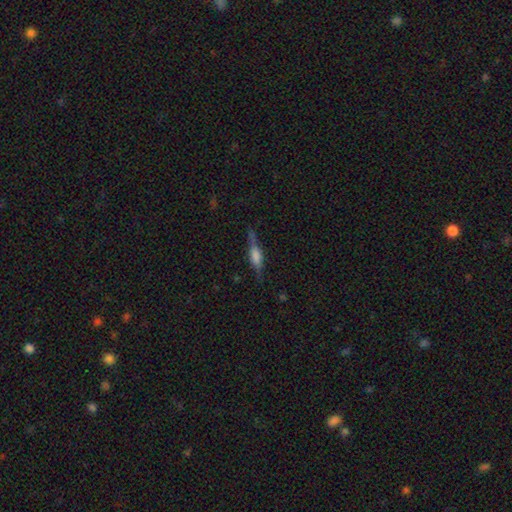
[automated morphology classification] Overall: featured or disk (59%; smooth 33%). Edge-on disk: yes (95%). Edge-on bulge: rounded (51%; boxy 43%). Merging: none (76%).